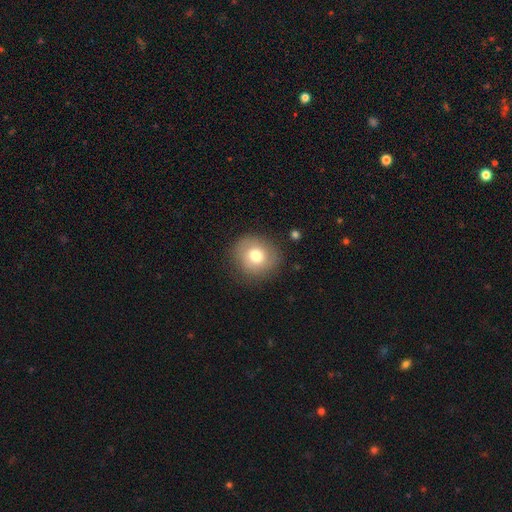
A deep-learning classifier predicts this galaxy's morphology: A smooth galaxy with no disk features (74%) that is round (85%).

Vote fractions:
- Smooth or featured? smooth: 74% / featured or disk: 17% / star or artifact: 9%
- How rounded? round: 85% / in between: 14% / cigar-shaped: 1%
- Merging? none: 83% / minor disturbance: 11% / major disturbance: 4% / merger: 2%